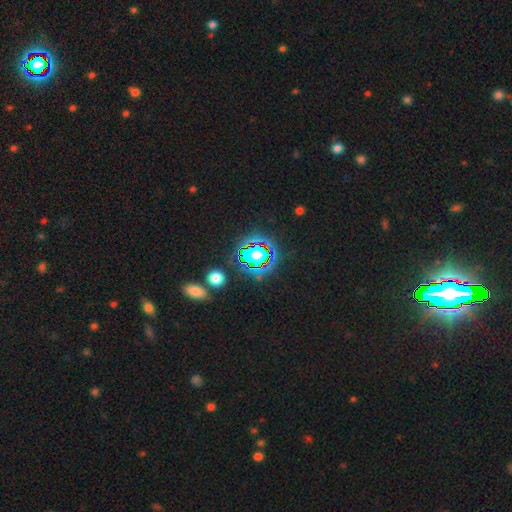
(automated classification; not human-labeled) A star or artifact, not a galaxy (80%).

Vote fractions:
- Smooth or featured? star or artifact: 80% / smooth: 12% / featured or disk: 8%